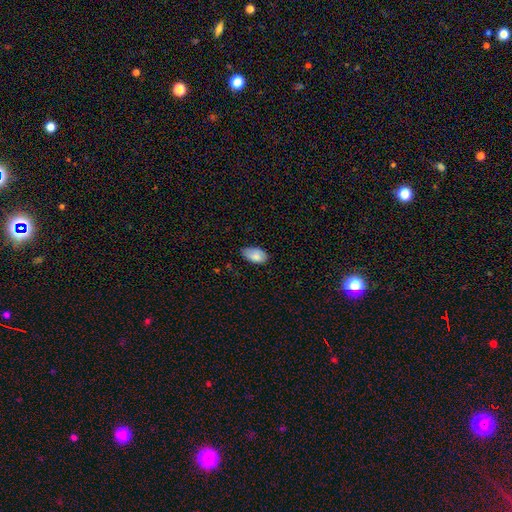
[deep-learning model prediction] This appears to be a smooth galaxy with no disk features (85%) that is in between round and cigar-shaped (94%). Merging: none (65%).